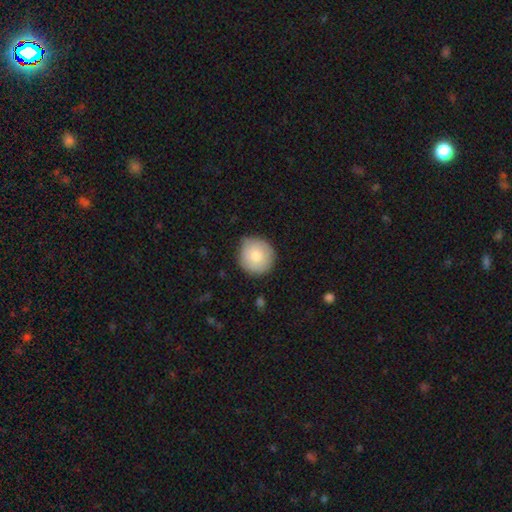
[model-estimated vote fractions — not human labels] smooth_or_featured: smooth (p=0.79) [alt: featured or disk p=0.14]
how_rounded: round (p=0.92) [alt: in between p=0.07]
merging: none (p=0.77) [alt: minor disturbance p=0.19]